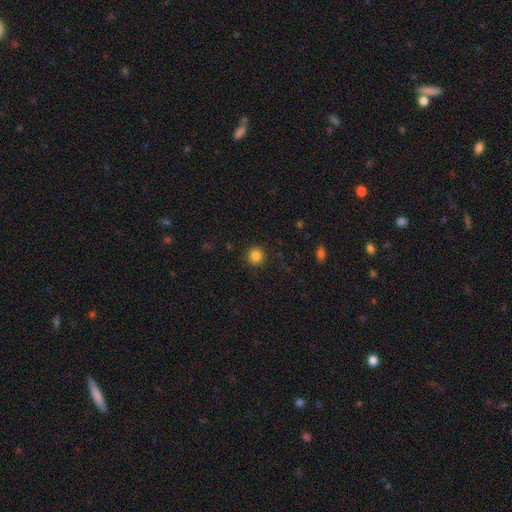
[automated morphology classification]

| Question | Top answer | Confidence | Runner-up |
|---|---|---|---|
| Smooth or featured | smooth | 84% | star or artifact (12%) |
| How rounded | round | 94% | in between (5%) |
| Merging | none | 91% | minor disturbance (6%) |